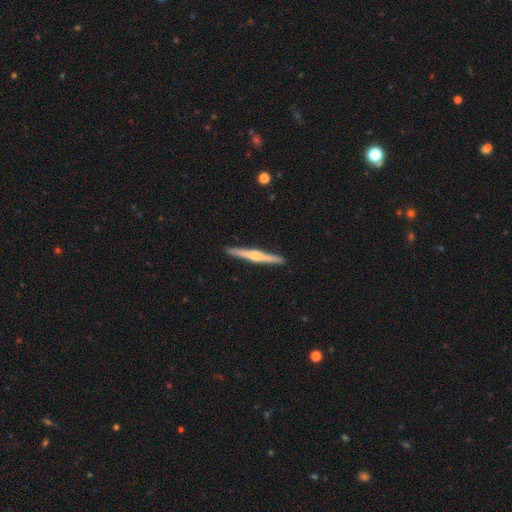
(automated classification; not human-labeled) smooth-or-featured: featured or disk: 68% | smooth: 27% | star or artifact: 5%
  disk-edge-on: yes: 98% | no: 2%
    edge-on-bulge: rounded: 73% | boxy: 15% | none: 11%
  merging: none: 92% | minor disturbance: 6% | major disturbance: 1% | merger: 1%